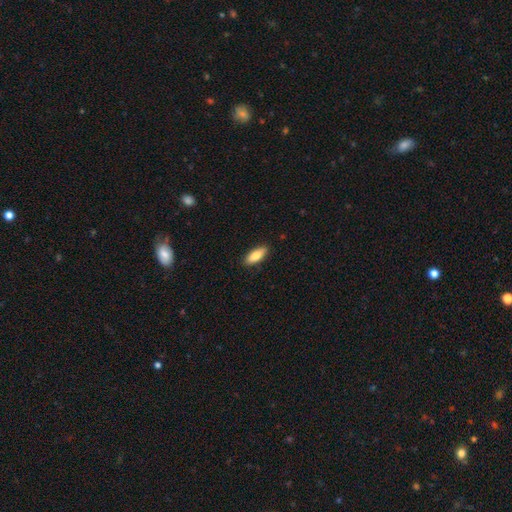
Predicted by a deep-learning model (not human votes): Overall: smooth (83%). How rounded: in between (75%). Merging: none (89%).